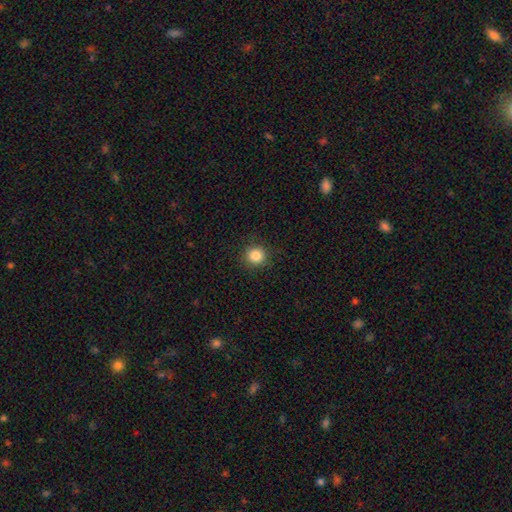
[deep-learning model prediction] A smooth galaxy with no disk features (85%) that is round (92%).

Vote fractions:
- Smooth or featured? smooth: 85% / star or artifact: 11% / featured or disk: 4%
- How rounded? round: 92% / in between: 7% / cigar-shaped: 1%
- Merging? none: 90% / minor disturbance: 7% / major disturbance: 2% / merger: 1%